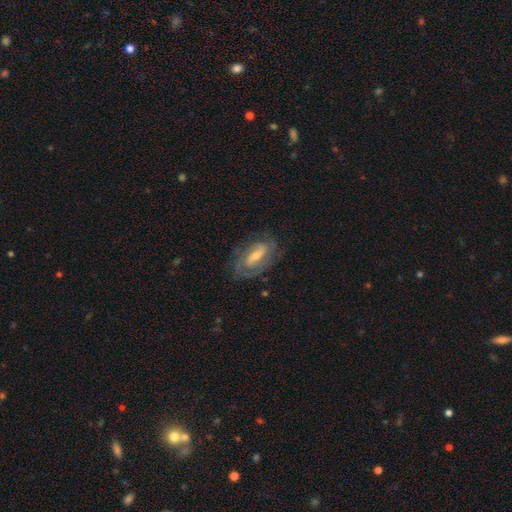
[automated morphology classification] Smooth or featured?
  - featured or disk: 77% *
  - smooth: 17%
  - star or artifact: 7%
Edge-on disk?
  - no: 93% *
  - yes: 7%
Bar?
  - weak: 44% *
  - strong: 32%
  - no: 24%
Spiral arms?
  - yes: 87% *
  - no: 13%
Spiral winding?
  - tight: 51% *
  - medium: 37%
  - loose: 12%
Spiral arm count?
  - 2: 61% *
  - can't tell: 23%
  - 3: 7%
  - 1: 6%
  - 4: 2%
  - more than 4: 2%
Bulge size?
  - small: 46% * (tied)
  - moderate: 46% * (tied)
  - large: 4%
  - none: 3%
  - dominant: 1%
Merging?
  - none: 73% *
  - minor disturbance: 17%
  - major disturbance: 8%
  - merger: 1%